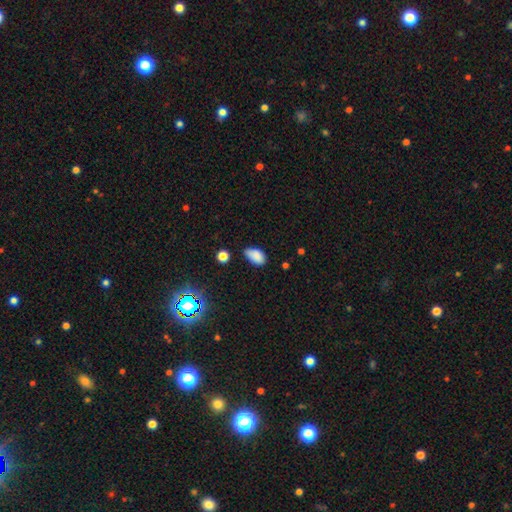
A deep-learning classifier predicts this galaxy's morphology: Q: Smooth or featured?
A: smooth (84%); runner-up: star or artifact (10%)
Q: How rounded?
A: in between (93%); runner-up: round (5%)
Q: Merging?
A: none (60%); runner-up: minor disturbance (32%)